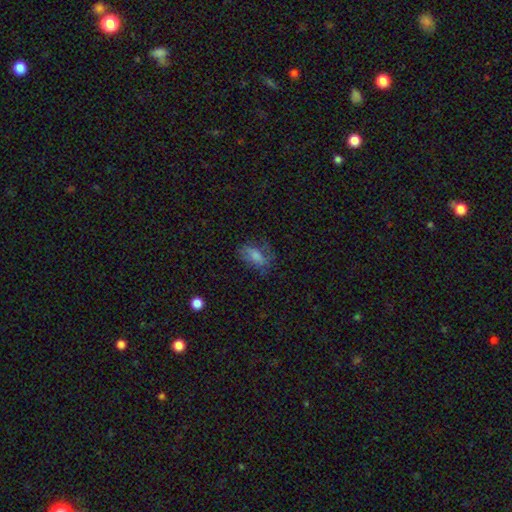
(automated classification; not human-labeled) This is possibly a smooth galaxy (57%). How rounded: clearly in between (82%). Merging: possibly none (59%).